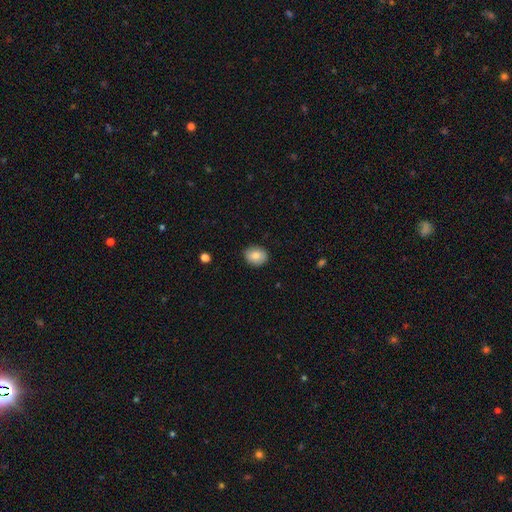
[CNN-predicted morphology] smooth_or_featured: smooth (p=0.83) [alt: featured or disk p=0.09]
how_rounded: round (p=0.54) [alt: in between p=0.45]
merging: none (p=0.88) [alt: minor disturbance p=0.09]